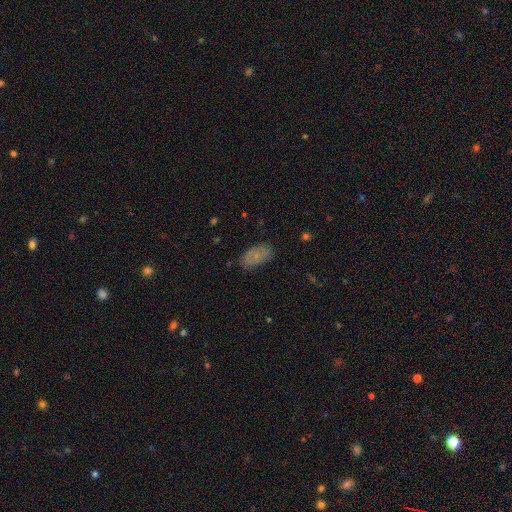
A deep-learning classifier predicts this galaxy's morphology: A smooth galaxy with no disk features (65%) that is in between round and cigar-shaped (92%).

Vote fractions:
- Smooth or featured? smooth: 65% / featured or disk: 24% / star or artifact: 11%
- How rounded? in between: 92% / round: 6% / cigar-shaped: 3%
- Merging? none: 75% / minor disturbance: 19% / major disturbance: 5% / merger: 2%